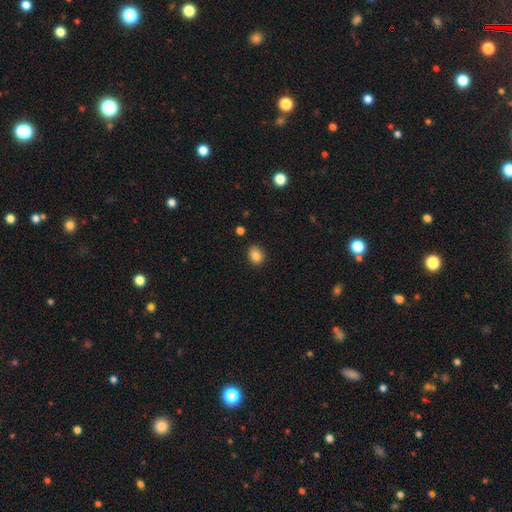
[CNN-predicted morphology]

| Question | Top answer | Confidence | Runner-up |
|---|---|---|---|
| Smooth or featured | smooth | 85% | star or artifact (10%) |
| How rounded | in between | 51% | round (48%) |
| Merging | none | 86% | minor disturbance (10%) |